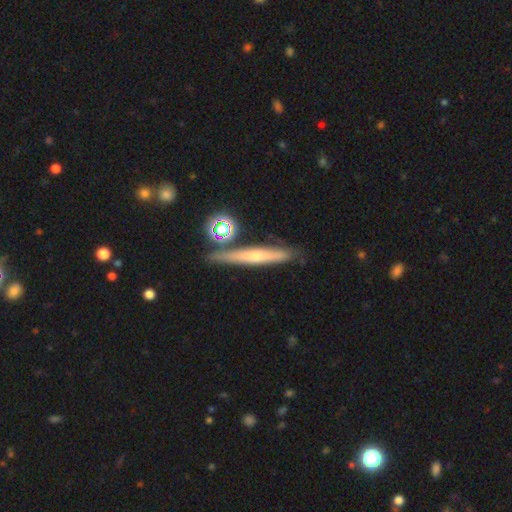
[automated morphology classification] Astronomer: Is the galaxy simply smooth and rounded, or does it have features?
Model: featured or disk — 49% (runner-up: smooth, 39%).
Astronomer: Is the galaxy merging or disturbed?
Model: none — 80%.